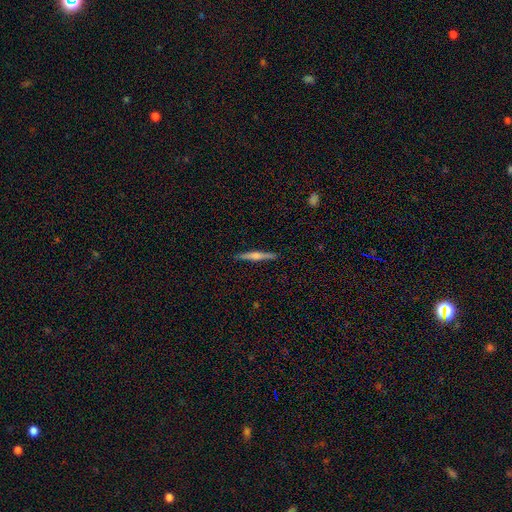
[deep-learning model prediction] featured or disk 71%, smooth 23%, star or artifact 6%. Down the decision tree: edge-on disk — yes (98%); edge-on bulge — rounded (83%); merging — none (91%).